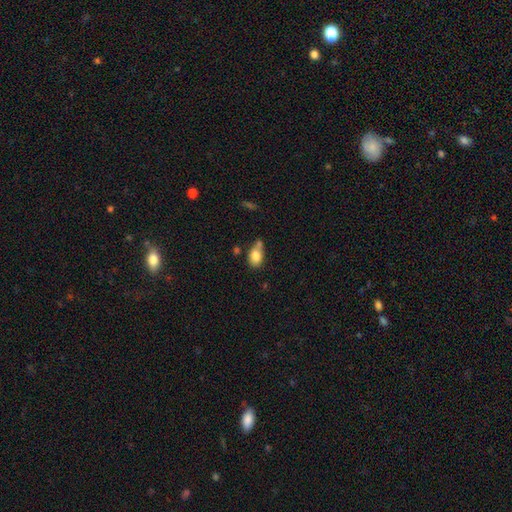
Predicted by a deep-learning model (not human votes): Smooth or featured? smooth (80%)
How rounded? in between (81%)
Merging? none (43%)